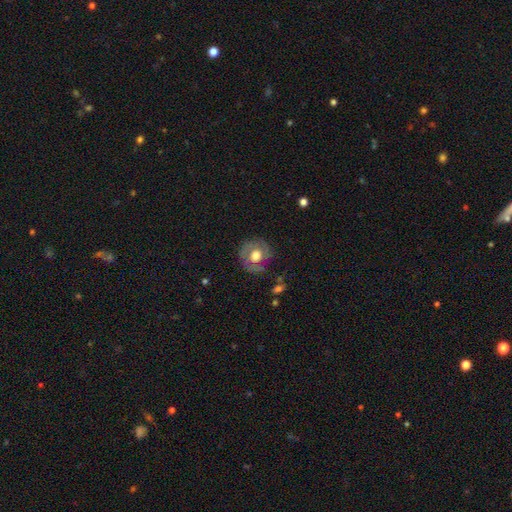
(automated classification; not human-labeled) Smooth or featured: featured or disk — 55% (smooth — 38%)
Edge-on disk: no — 96% (yes — 4%)
Bar: no — 79% (weak — 18%)
Spiral arms: yes — 57% (no — 43%)
Bulge size: moderate — 55% (large — 38%)
Merging: none — 78% (minor disturbance — 15%)